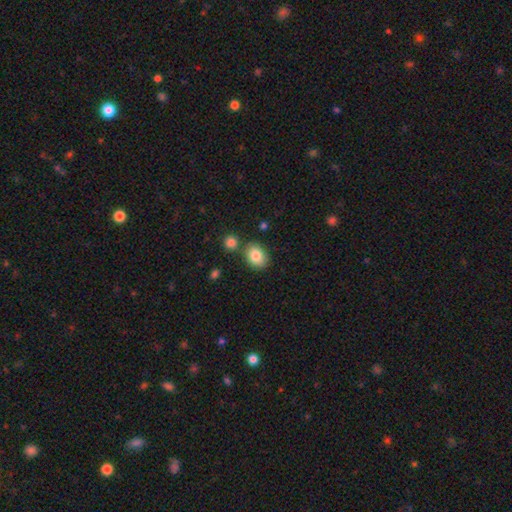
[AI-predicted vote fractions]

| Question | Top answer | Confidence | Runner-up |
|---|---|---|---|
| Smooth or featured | smooth | 84% | star or artifact (8%) |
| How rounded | in between | 66% | round (33%) |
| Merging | none | 74% | minor disturbance (12%) |